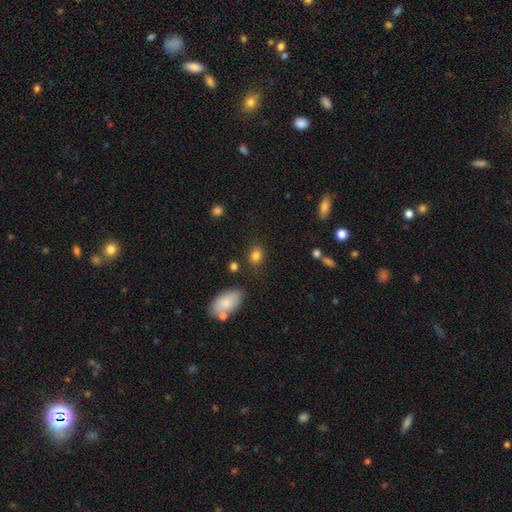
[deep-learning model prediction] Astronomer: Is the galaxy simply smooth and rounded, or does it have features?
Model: smooth — 83%.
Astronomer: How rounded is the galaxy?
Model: in between — 53% (runner-up: round, 46%).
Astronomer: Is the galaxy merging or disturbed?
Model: none — 80%.